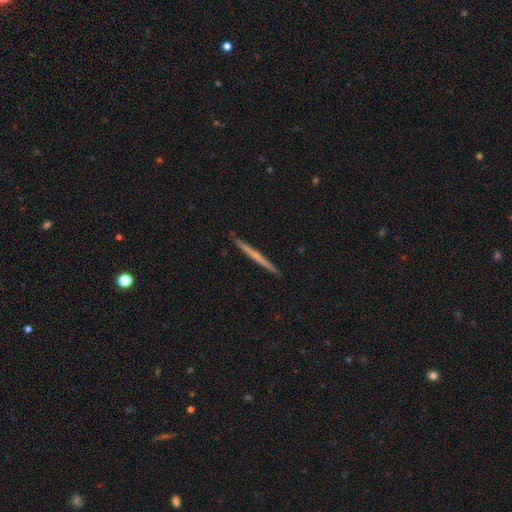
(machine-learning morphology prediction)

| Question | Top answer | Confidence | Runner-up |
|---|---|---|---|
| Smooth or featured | featured or disk | 49% | smooth (46%) |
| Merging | none | 93% | minor disturbance (5%) |